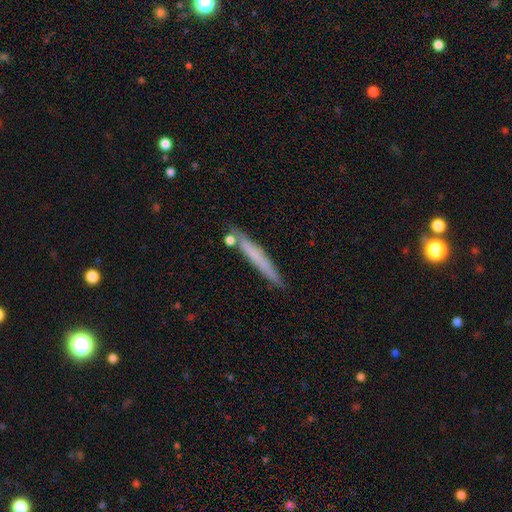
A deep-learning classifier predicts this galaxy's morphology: The model was most divided on "smooth or featured": smooth: 61%, featured or disk: 32%, star or artifact: 7%. More confident: how rounded — cigar-shaped (95%); merging — none (80%).